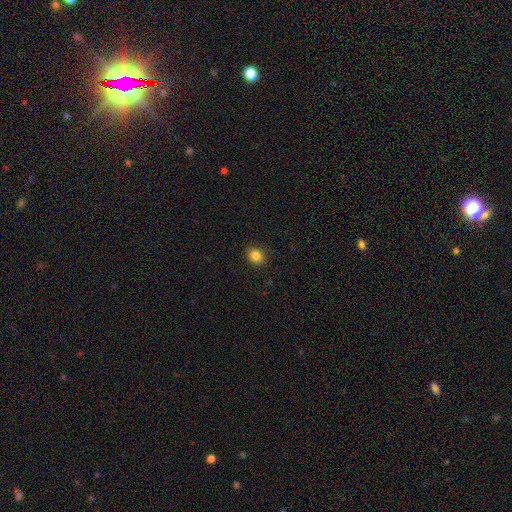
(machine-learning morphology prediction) Smooth or featured?
  - smooth: 84% *
  - star or artifact: 11%
  - featured or disk: 5%
How rounded?
  - round: 70% *
  - in between: 29%
  - cigar-shaped: 1%
Merging?
  - none: 90% *
  - minor disturbance: 7%
  - major disturbance: 2%
  - merger: 1%